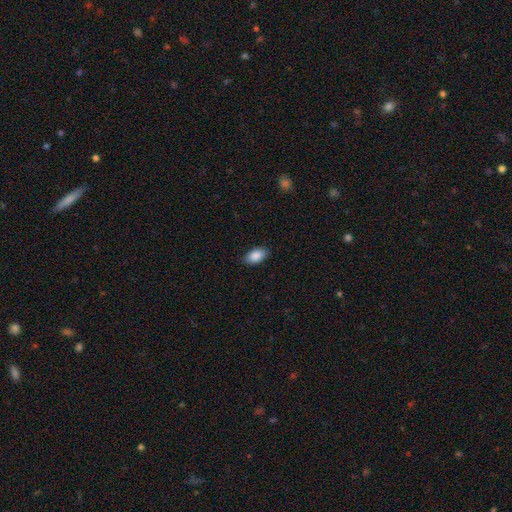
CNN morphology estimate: Smooth or featured? smooth (89%)
How rounded? in between (94%)
Merging? none (87%)